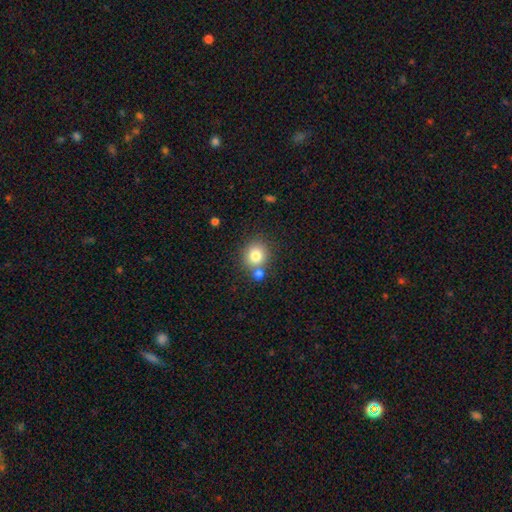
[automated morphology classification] The model was most divided on "merging": none: 65%, merger: 23%, minor disturbance: 9%, major disturbance: 3%. More confident: how rounded — round (85%); smooth or featured — smooth (80%).